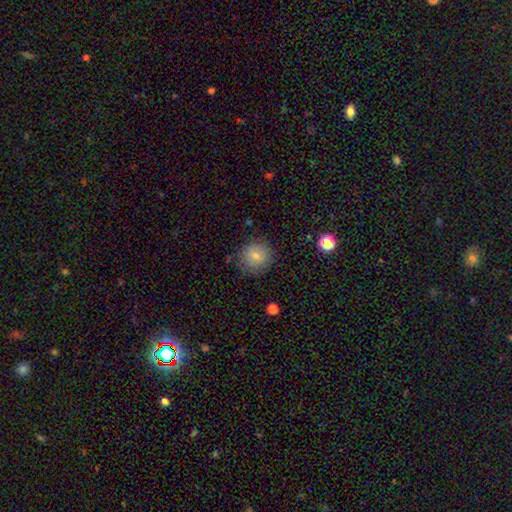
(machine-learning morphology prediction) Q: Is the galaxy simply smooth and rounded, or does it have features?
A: smooth — 78%.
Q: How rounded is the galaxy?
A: round — 88%.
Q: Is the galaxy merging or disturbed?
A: none — 82%.